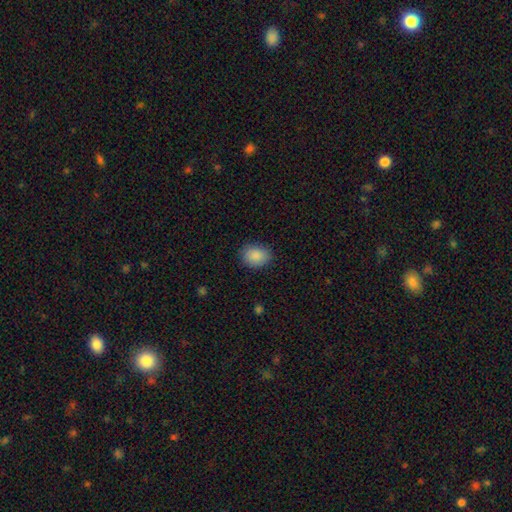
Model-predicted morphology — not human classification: A smooth galaxy with no disk features (89%) that is in between round and cigar-shaped (62%).

Vote fractions:
- Smooth or featured? smooth: 89% / star or artifact: 8% / featured or disk: 3%
- How rounded? in between: 62% / round: 37% / cigar-shaped: 1%
- Merging? none: 85% / minor disturbance: 11% / major disturbance: 3% / merger: 1%